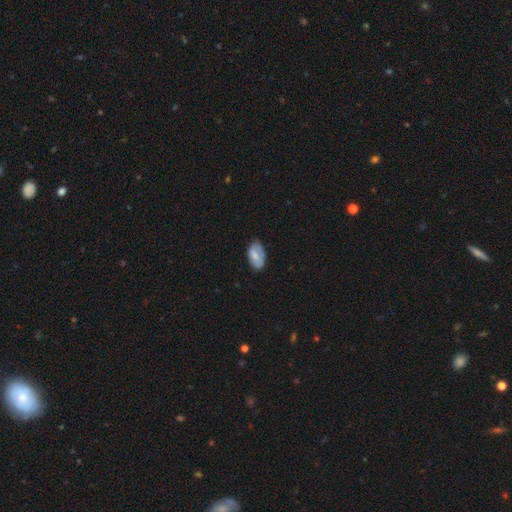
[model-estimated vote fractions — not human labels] smooth_or_featured: smooth (p=0.68) [alt: featured or disk p=0.25]
how_rounded: in between (p=0.93) [alt: round p=0.04]
merging: none (p=0.70) [alt: minor disturbance p=0.23]